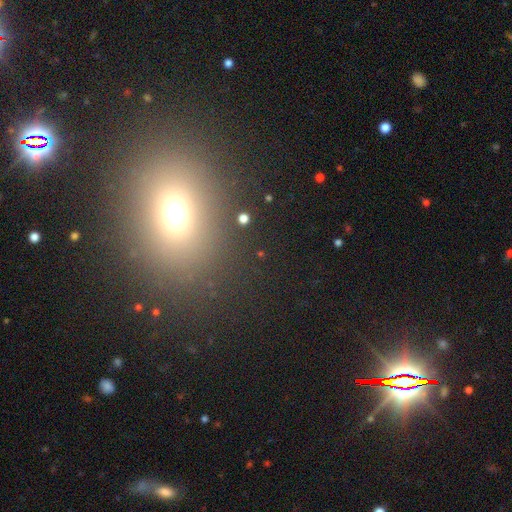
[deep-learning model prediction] Q: Smooth or featured?
A: smooth (56%); runner-up: star or artifact (33%)
Q: How rounded?
A: in between (56%); runner-up: round (42%)
Q: Merging?
A: none (86%); runner-up: minor disturbance (7%)